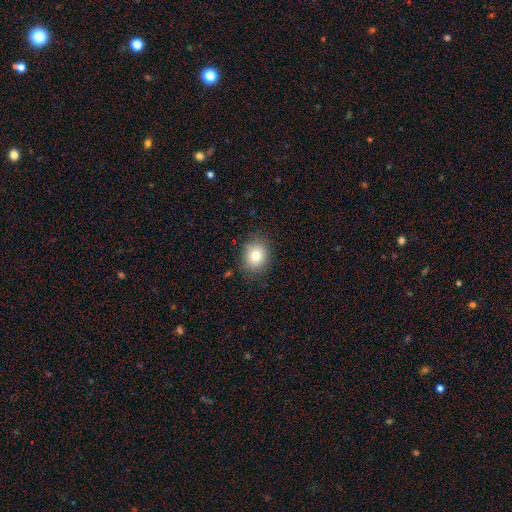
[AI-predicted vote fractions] Smooth or featured: smooth — 78% (star or artifact — 12%)
How rounded: round — 69% (in between — 30%)
Merging: none — 83% (minor disturbance — 12%)